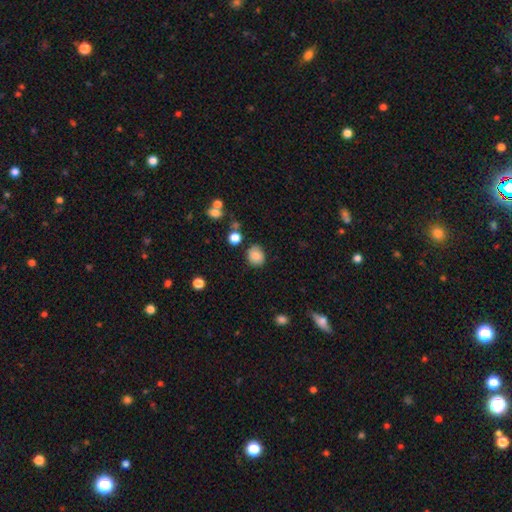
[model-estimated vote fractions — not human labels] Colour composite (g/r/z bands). It shows a smooth galaxy with no disk features (85%) that is round (67%). Merging: none (82%).